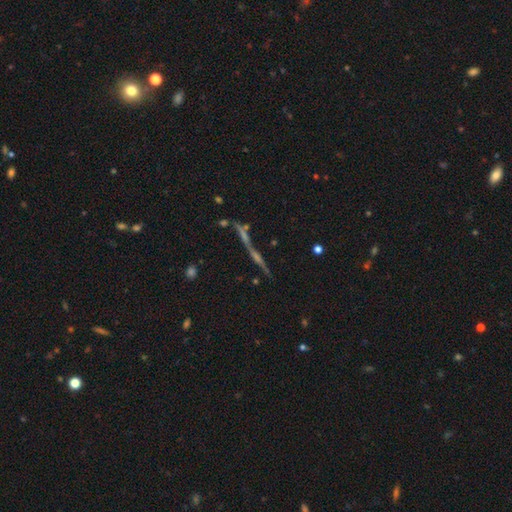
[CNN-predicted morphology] This is likely a featured or disk galaxy (64%). It is clearly viewed edge-on (88%). Edge-on bulge: possibly rounded (47%). Merging: likely none (67%).